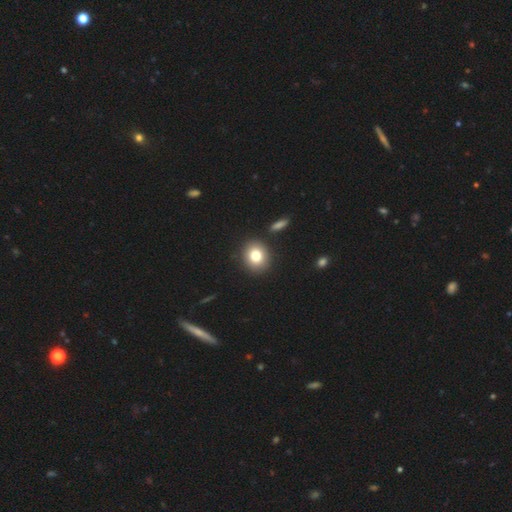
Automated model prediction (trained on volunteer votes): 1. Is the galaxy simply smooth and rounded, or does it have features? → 78% smooth, 11% featured or disk, 11% star or artifact.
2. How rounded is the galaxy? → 72% round, 27% in between, 1% cigar-shaped.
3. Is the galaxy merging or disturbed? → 88% none, 7% minor disturbance, 3% merger, 2% major disturbance.